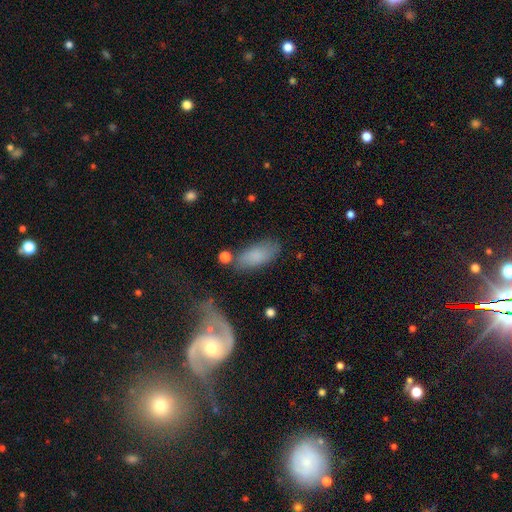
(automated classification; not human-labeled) Overall: smooth (77%). How rounded: in between (86%). Merging: none (67%).